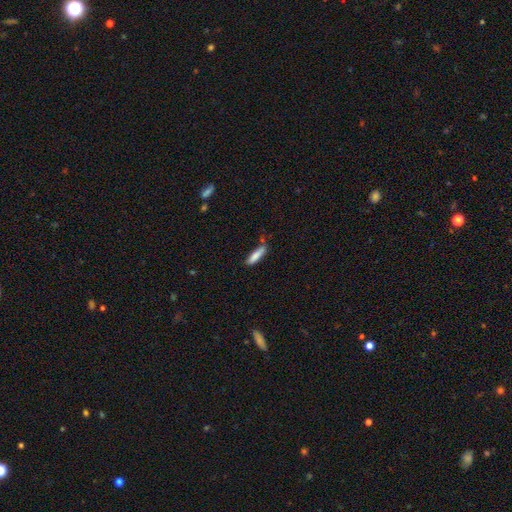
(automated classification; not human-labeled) smooth 82%, featured or disk 12%, star or artifact 7%. Down the decision tree: how rounded — cigar-shaped (75%); merging — none (64%).